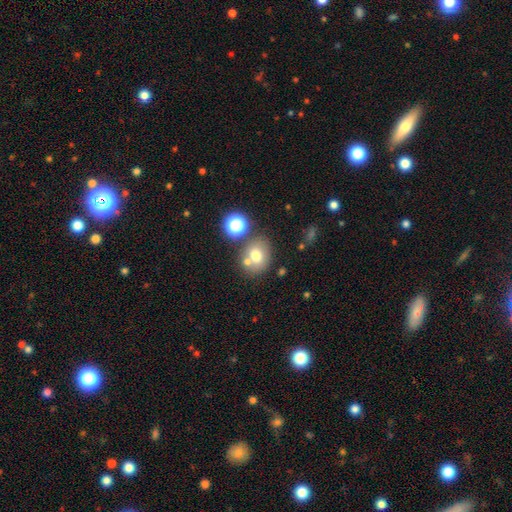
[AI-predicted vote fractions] smooth_or_featured: smooth (p=0.69) [alt: featured or disk p=0.17]
how_rounded: round (p=0.62) [alt: in between p=0.37]
merging: none (p=0.62) [alt: merger p=0.21]